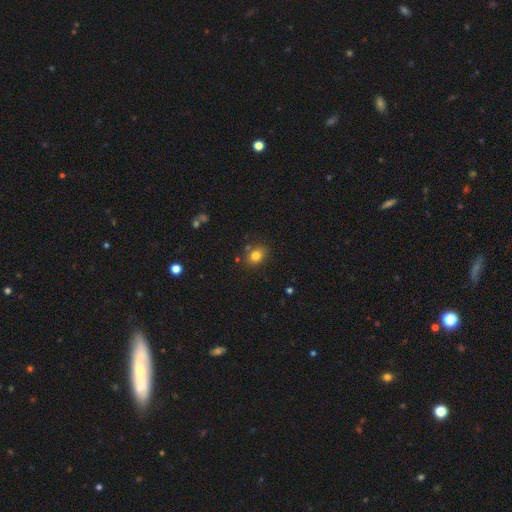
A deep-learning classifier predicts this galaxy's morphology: This appears to be a smooth galaxy with no disk features (80%) that is in between round and cigar-shaped (54%). Merging: none (77%).